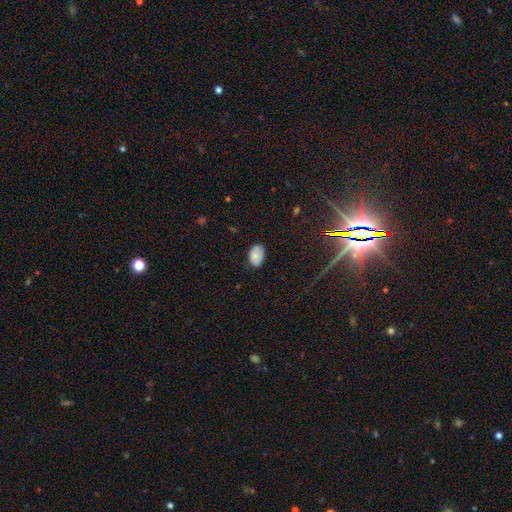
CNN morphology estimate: smooth 76%, featured or disk 14%, star or artifact 10%. Down the decision tree: how rounded — in between (86%); merging — none (70%).